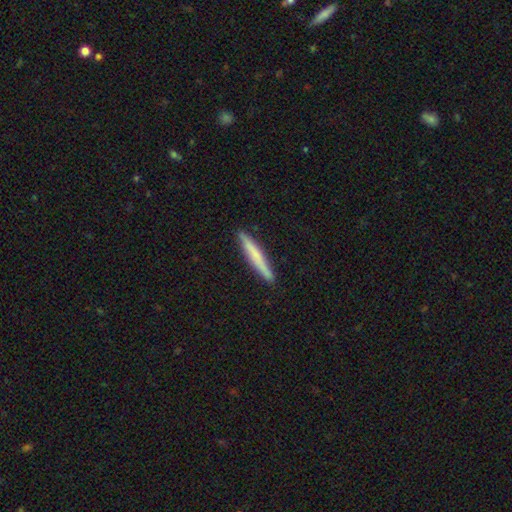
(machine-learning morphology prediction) Smooth or featured? smooth (64%)
How rounded? cigar-shaped (96%)
Merging? none (91%)